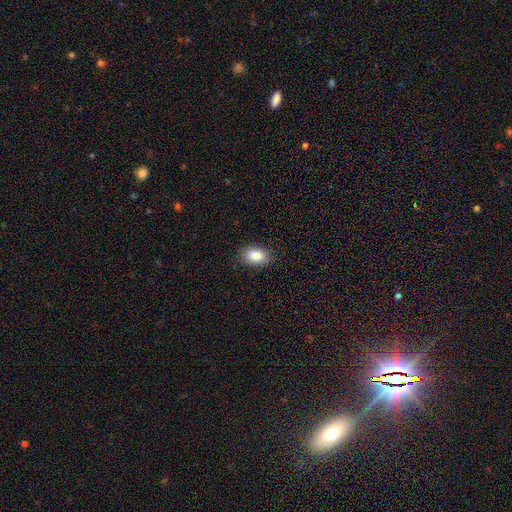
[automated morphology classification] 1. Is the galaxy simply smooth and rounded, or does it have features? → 85% smooth, 8% star or artifact, 7% featured or disk.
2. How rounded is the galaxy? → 86% in between, 13% round, 1% cigar-shaped.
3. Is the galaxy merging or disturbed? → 87% none, 10% minor disturbance, 2% major disturbance, 1% merger.